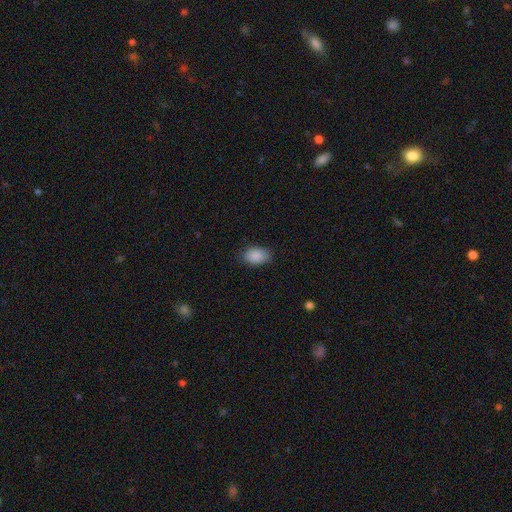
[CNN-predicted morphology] A smooth galaxy with no disk features (89%) that is in between round and cigar-shaped (88%).

Vote fractions:
- Smooth or featured? smooth: 89% / star or artifact: 7% / featured or disk: 3%
- How rounded? in between: 88% / round: 11% / cigar-shaped: 1%
- Merging? none: 82% / minor disturbance: 14% / major disturbance: 3% / merger: 1%